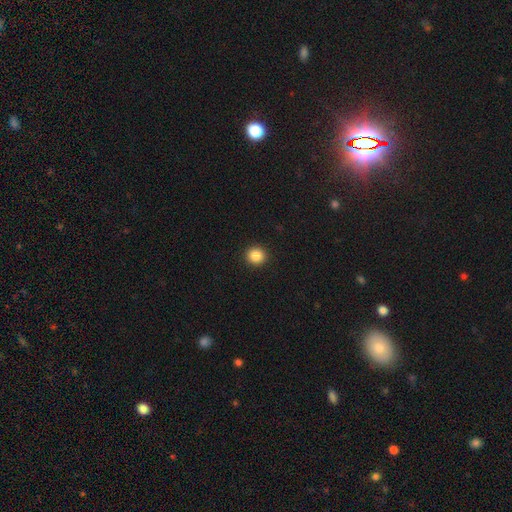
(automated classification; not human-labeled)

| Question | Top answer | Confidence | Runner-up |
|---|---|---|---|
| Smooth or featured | smooth | 87% | star or artifact (10%) |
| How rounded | round | 90% | in between (9%) |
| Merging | none | 93% | minor disturbance (5%) |